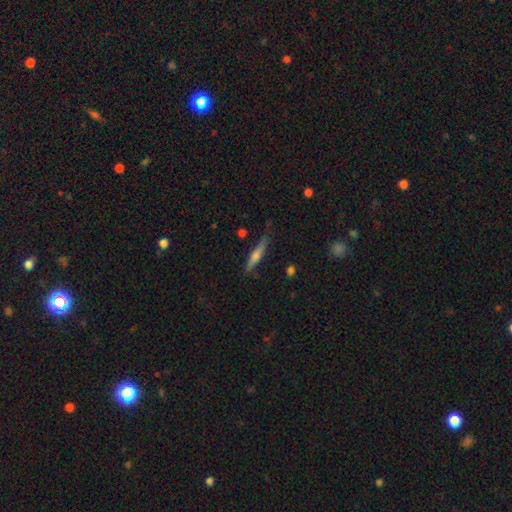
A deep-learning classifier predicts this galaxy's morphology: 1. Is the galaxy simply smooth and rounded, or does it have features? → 47% smooth, 46% featured or disk, 7% star or artifact.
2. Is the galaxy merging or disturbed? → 74% none, 20% minor disturbance, 4% major disturbance, 2% merger.